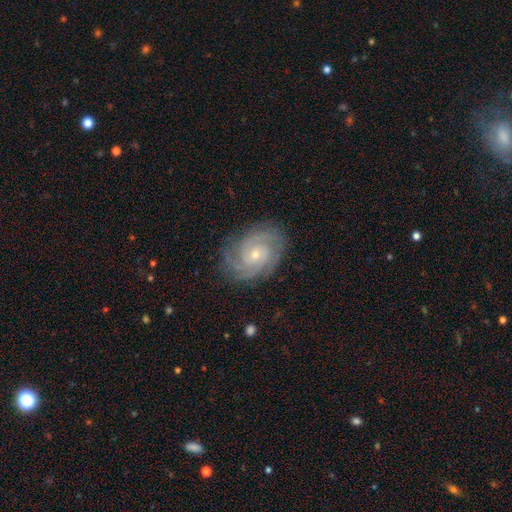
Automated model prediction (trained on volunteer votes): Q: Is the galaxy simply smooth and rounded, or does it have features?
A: featured or disk — 83%.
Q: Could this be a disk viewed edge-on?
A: no — 97%.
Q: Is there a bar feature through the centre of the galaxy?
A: no — 67%.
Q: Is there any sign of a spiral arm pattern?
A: yes — 98%.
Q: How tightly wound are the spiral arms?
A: tight — 71%.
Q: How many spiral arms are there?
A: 2 — 31%.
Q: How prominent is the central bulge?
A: small — 64%.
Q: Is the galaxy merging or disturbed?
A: none — 83%.